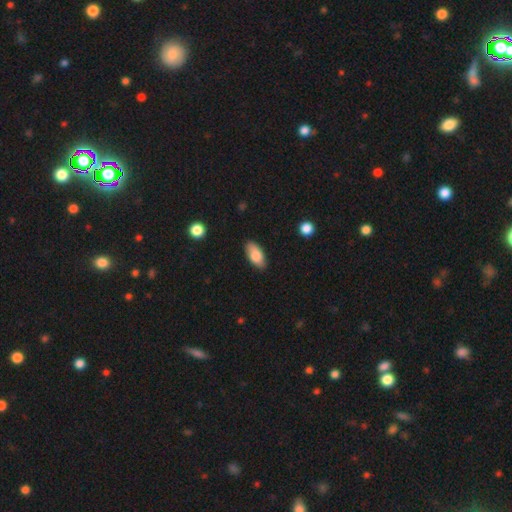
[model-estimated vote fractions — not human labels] Morphology: type=smooth (80%); roundness=in between (90%); merging=none (84%).